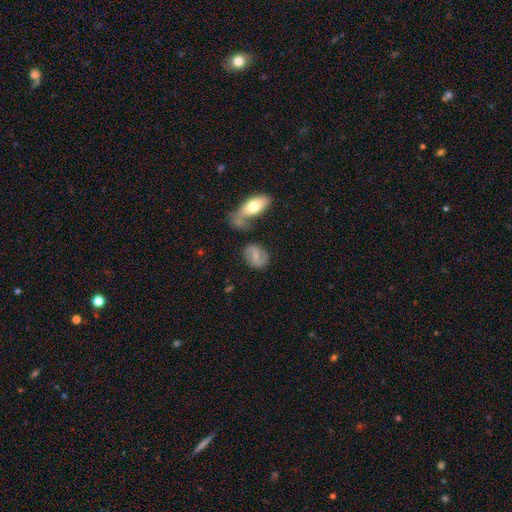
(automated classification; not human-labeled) Overall: featured or disk (49%; smooth 43%). Merging: none (67%).